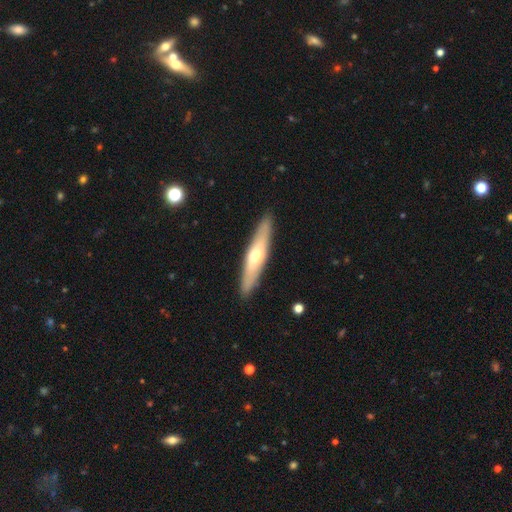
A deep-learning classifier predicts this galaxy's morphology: This appears to be a featured or disk galaxy (48%). Merging: none (90%).